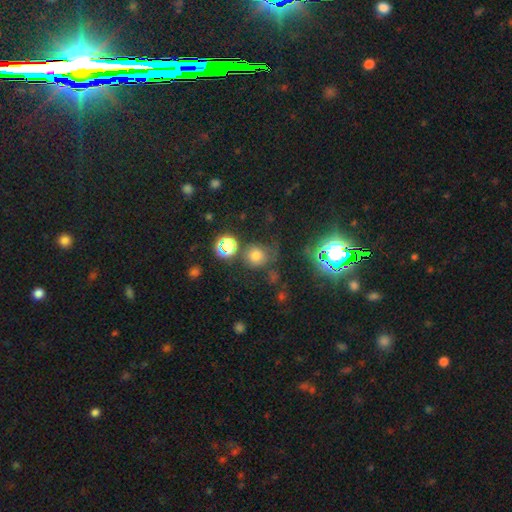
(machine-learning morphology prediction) smooth 66%, star or artifact 25%, featured or disk 8%. Down the decision tree: how rounded — round (88%); merging — none (67%).